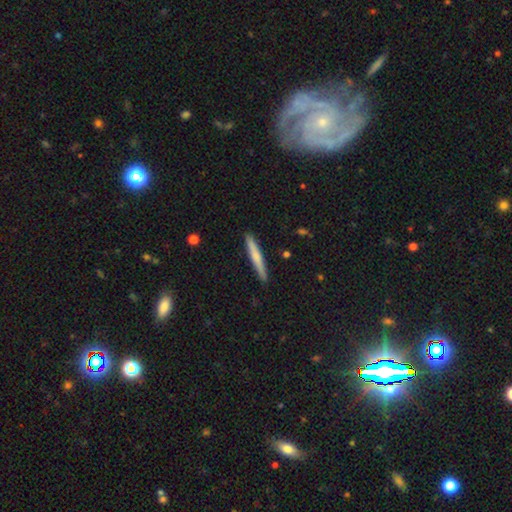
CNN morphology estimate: type=smooth (63%); roundness=cigar-shaped (96%); merging=none (90%).